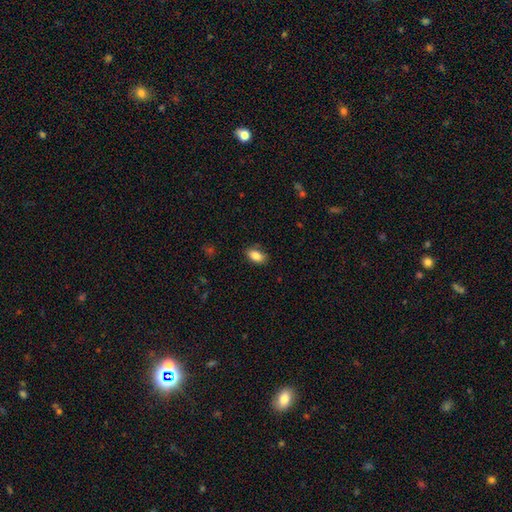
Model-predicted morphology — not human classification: smooth 86%, star or artifact 8%, featured or disk 6%. Down the decision tree: how rounded — in between (90%); merging — none (84%).